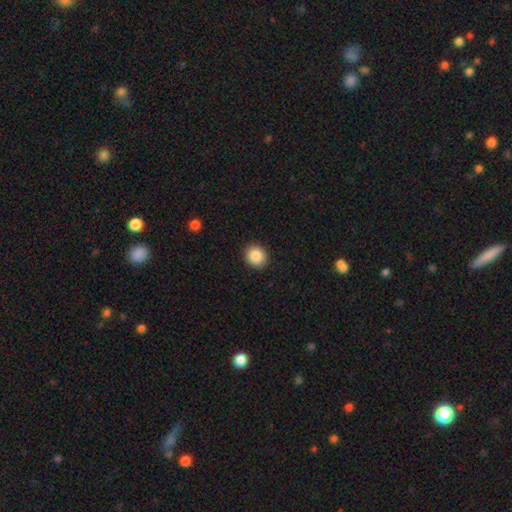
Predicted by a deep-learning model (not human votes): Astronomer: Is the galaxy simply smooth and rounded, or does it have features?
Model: smooth — 87%.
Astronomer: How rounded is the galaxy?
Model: round — 82%.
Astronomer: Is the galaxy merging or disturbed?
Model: none — 91%.